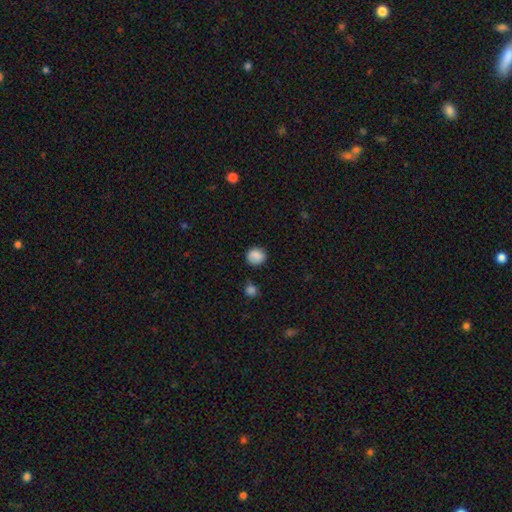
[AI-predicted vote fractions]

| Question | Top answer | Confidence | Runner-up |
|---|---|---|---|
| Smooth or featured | smooth | 86% | star or artifact (9%) |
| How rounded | round | 79% | in between (20%) |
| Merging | none | 78% | minor disturbance (16%) |